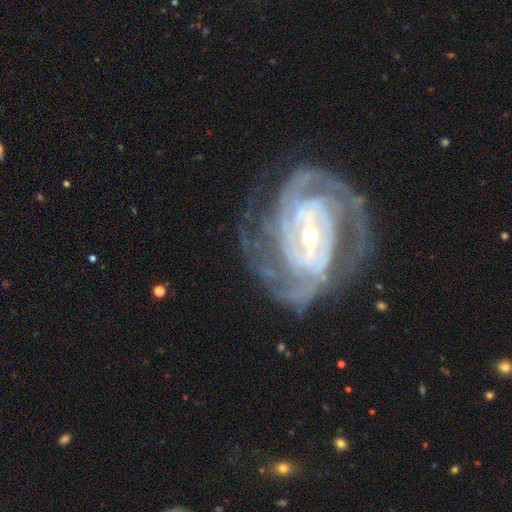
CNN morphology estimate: featured or disk 91%, star or artifact 6%, smooth 4%. Down the decision tree: edge-on disk — no (97%); bar — strong (42%); spiral arms — yes (98%); spiral arm count — 2 (35%); spiral winding — tight (70%); bulge size — small (62%); merging — none (74%).